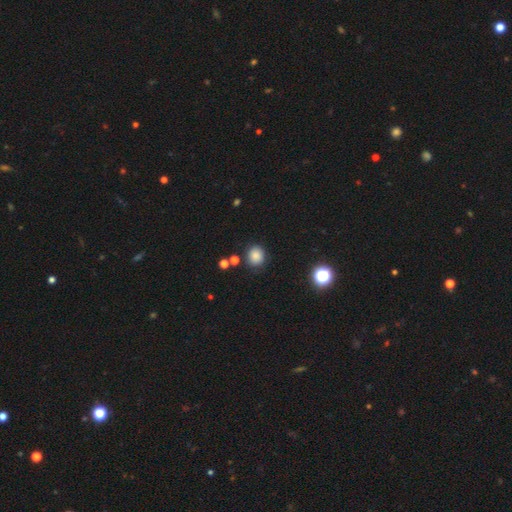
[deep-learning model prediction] The model was most divided on "how rounded": round: 81%, in between: 18%, cigar-shaped: 1%. More confident: merging — none (84%); smooth or featured — smooth (83%).